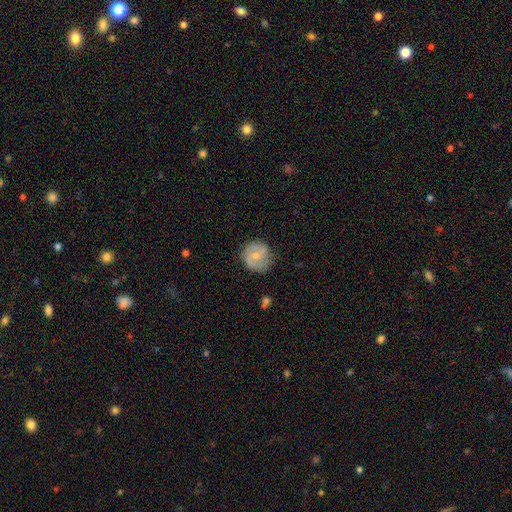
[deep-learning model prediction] This appears to be a featured or disk galaxy (55%) with no bar (55%), spiral arms (88%) and a small central bulge (61%). Merging: none (76%).